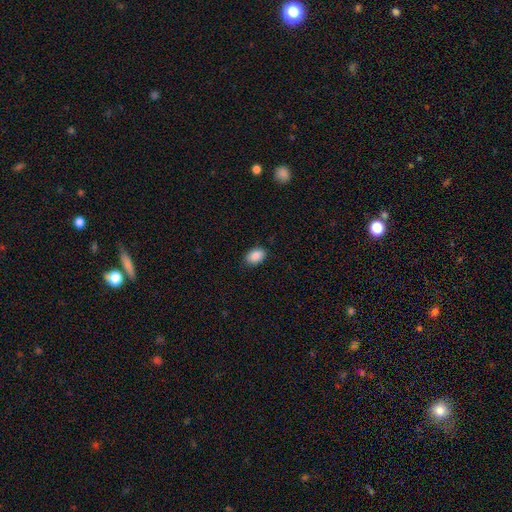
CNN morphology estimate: smooth-or-featured: smooth: 89% | star or artifact: 8% | featured or disk: 3%
  how-rounded: in between: 85% | round: 14% | cigar-shaped: 1%
  merging: none: 86% | minor disturbance: 11% | major disturbance: 2% | merger: 1%